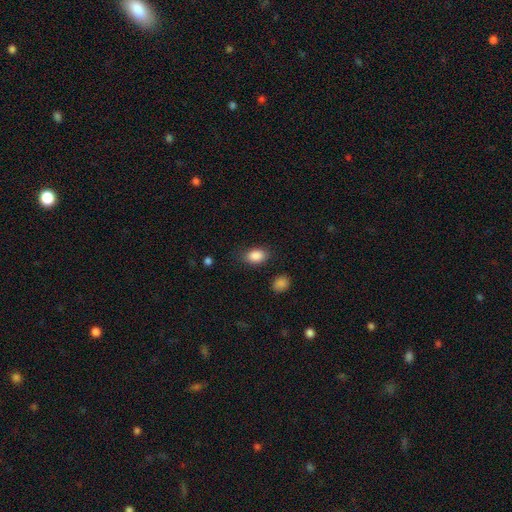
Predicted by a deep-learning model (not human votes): Smooth or featured? smooth (87%)
How rounded? in between (82%)
Merging? none (80%)